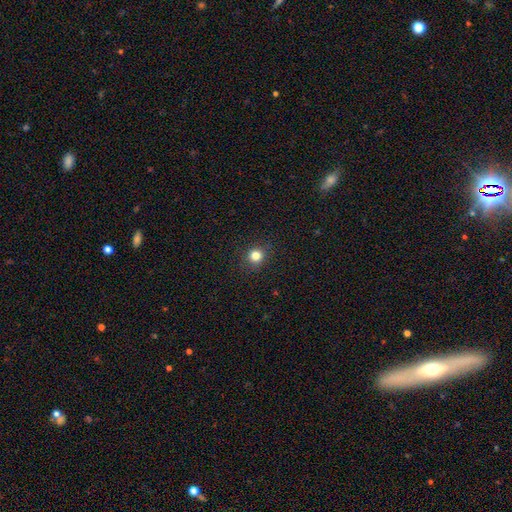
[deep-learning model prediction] A smooth galaxy with no disk features (81%) that is round (87%). Merging: none (90%).